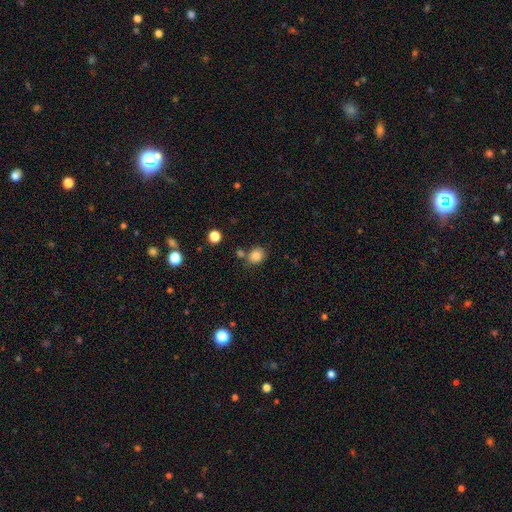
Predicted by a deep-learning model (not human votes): smooth-or-featured: smooth: 84% | star or artifact: 11% | featured or disk: 5%
  how-rounded: round: 65% | in between: 34% | cigar-shaped: 1%
  merging: none: 69% | merger: 14% | minor disturbance: 13% | major disturbance: 4%